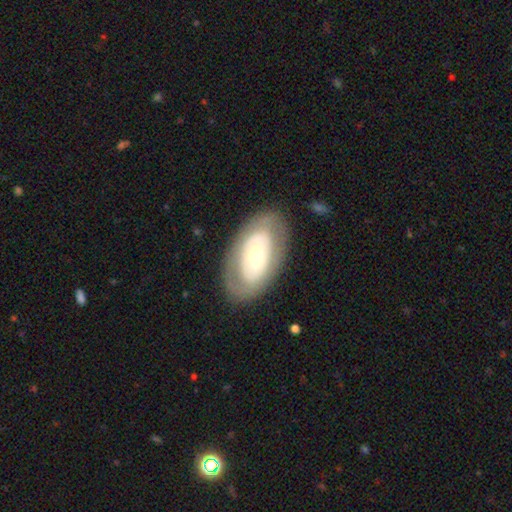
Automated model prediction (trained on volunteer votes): Overall: featured or disk (57%; smooth 38%). Edge-on disk: no (92%). Bar: no (80%). Spiral arms: no (71%). Bulge size: small (49%; moderate 42%). Merging: none (80%).